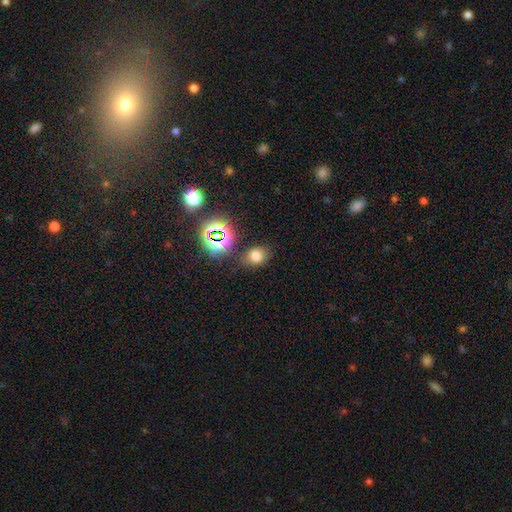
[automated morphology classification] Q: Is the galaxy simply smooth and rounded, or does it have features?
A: smooth — 69%.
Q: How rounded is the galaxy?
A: in between — 58%.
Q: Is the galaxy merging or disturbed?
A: none — 76%.